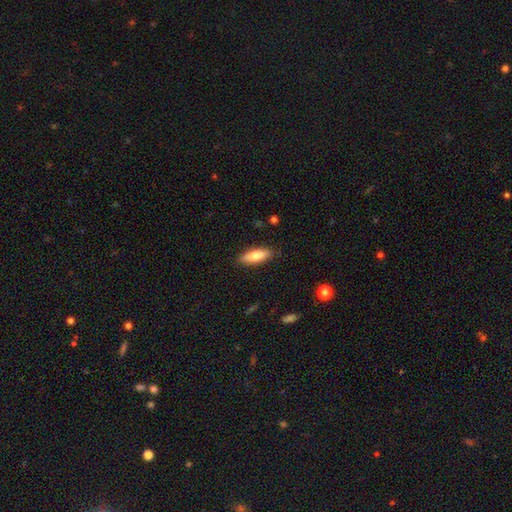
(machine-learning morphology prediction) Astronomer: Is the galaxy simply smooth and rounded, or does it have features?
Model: smooth — 78%.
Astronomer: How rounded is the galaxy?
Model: in between — 53% (runner-up: cigar-shaped, 45%).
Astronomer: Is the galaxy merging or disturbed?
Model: none — 86%.